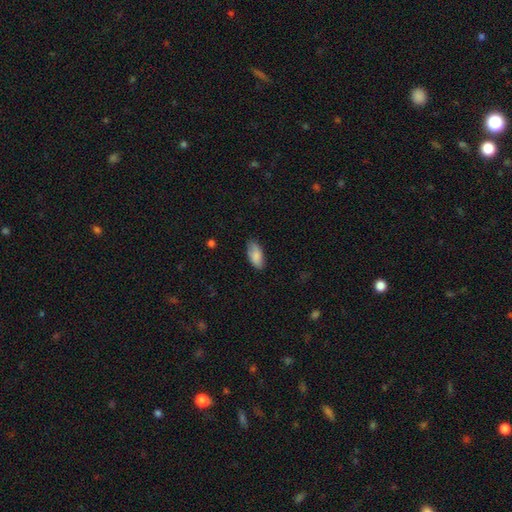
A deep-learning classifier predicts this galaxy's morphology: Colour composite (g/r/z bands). It shows a smooth galaxy with no disk features (85%) that is in between round and cigar-shaped (91%). Merging: none (81%).